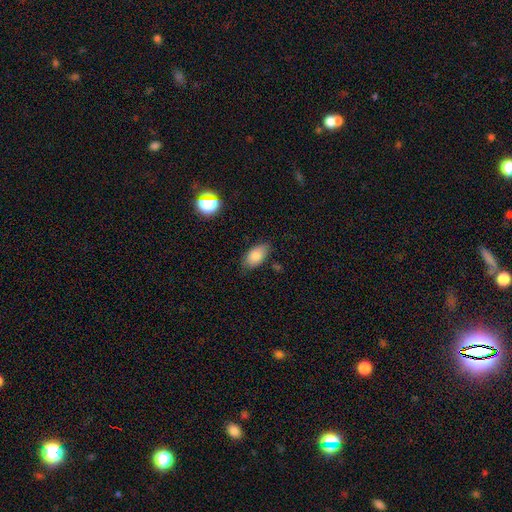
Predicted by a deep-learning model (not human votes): The model was most divided on "merging": none: 79%, minor disturbance: 16%, major disturbance: 3%, merger: 2%. More confident: how rounded — in between (92%); smooth or featured — smooth (84%).